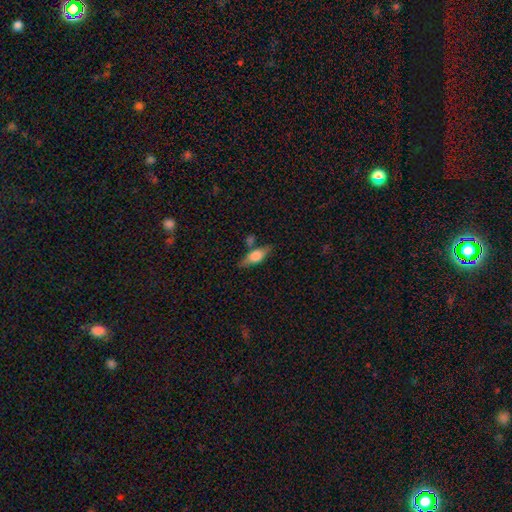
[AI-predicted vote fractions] Smooth or featured? Predicted: smooth (p=0.60). How rounded? Predicted: in between (p=0.63). Merging? Predicted: none (p=0.69).